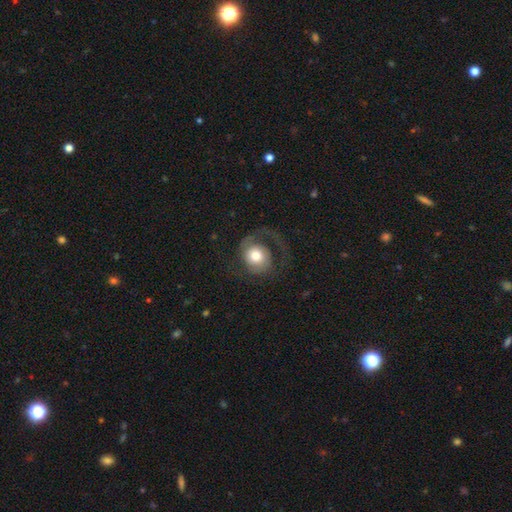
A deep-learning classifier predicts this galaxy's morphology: A featured or disk galaxy (56%) with no bar (78%), spiral arms (83%) and a moderate central bulge (51%). Merging: none (49%).